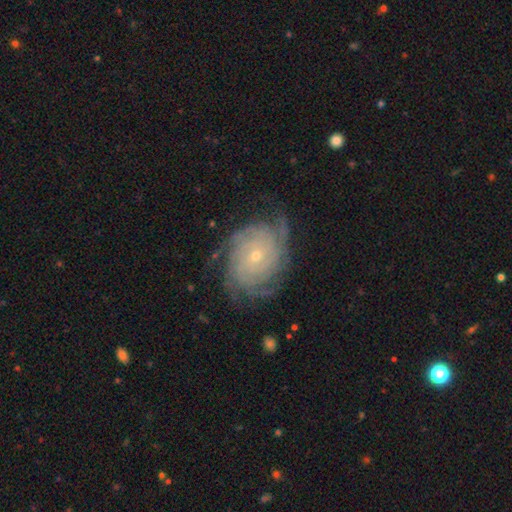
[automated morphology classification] Smooth or featured: featured or disk — 88% (smooth — 6%)
Edge-on disk: no — 97% (yes — 3%)
Bar: no — 73% (weak — 21%)
Spiral arms: yes — 98% (no — 2%)
Spiral winding: tight — 78% (medium — 18%)
Spiral arm count: 4 — 27% (can't tell — 25%)
Bulge size: small — 70% (moderate — 27%)
Merging: none — 75% (minor disturbance — 17%)